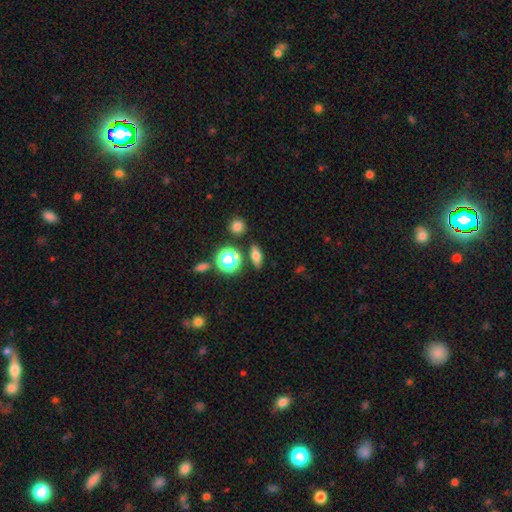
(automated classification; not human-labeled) This is likely a smooth galaxy (64%). How rounded: possibly in between (60%). Merging: clearly none (83%).